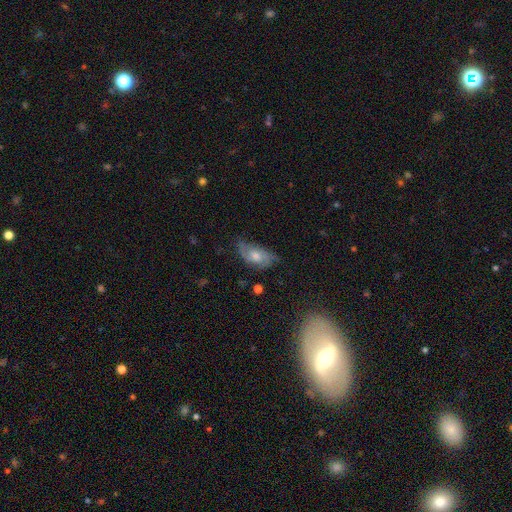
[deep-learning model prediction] A featured or disk galaxy (56%) with no bar (72%), spiral arms (79%) and a moderate central bulge (62%). Merging: none (57%).